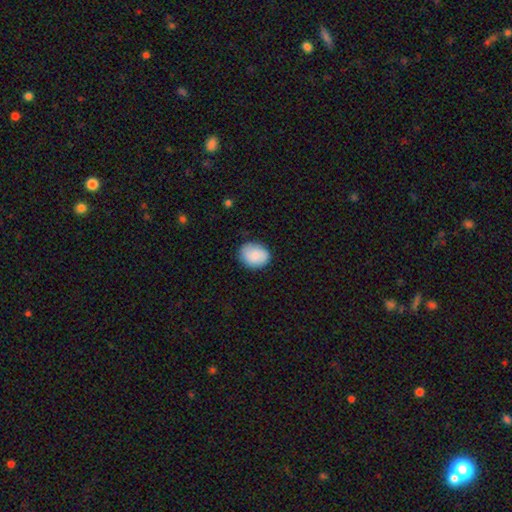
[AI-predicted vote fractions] Overall: smooth (84%). How rounded: round (53%; in between 46%). Merging: none (82%).